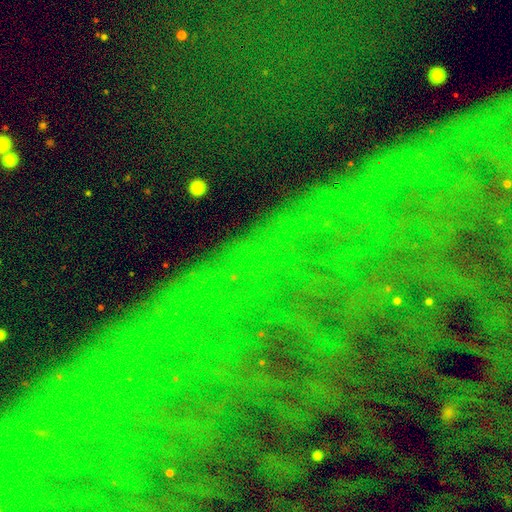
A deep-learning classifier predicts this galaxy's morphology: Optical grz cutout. It shows a star or artifact, not a galaxy (83%).